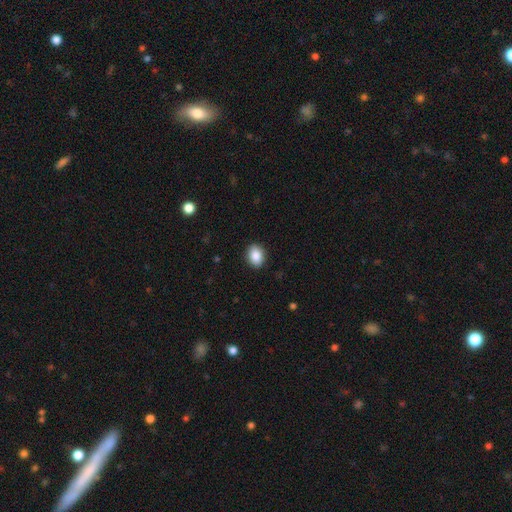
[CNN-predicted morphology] Smooth or featured: smooth — 88% (star or artifact — 8%)
How rounded: in between — 66% (round — 33%)
Merging: none — 90% (minor disturbance — 7%)